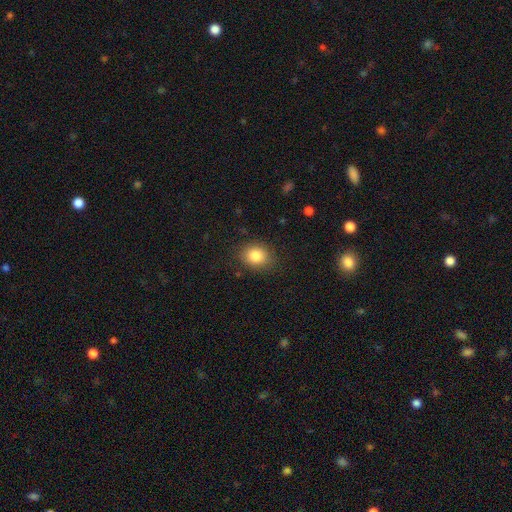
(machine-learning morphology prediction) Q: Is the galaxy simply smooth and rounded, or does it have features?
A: smooth — 84%.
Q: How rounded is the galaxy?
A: round — 55%.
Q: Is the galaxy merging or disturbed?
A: none — 85%.